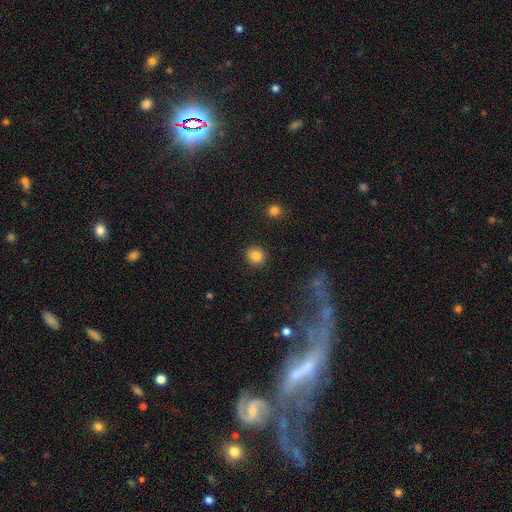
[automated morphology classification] The model was most divided on "how rounded": round: 86%, in between: 13%, cigar-shaped: 1%. More confident: merging — none (91%); smooth or featured — smooth (86%).